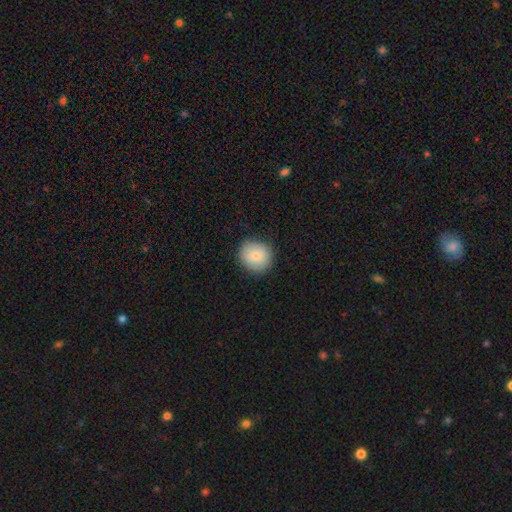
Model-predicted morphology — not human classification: The model was most divided on "smooth or featured": smooth: 81%, featured or disk: 11%, star or artifact: 8%. More confident: merging — none (87%); how rounded — round (87%).